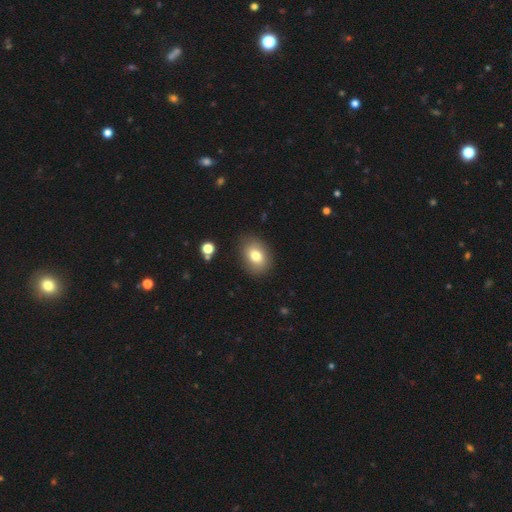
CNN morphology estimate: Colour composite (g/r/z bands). It shows a smooth galaxy with no disk features (78%) that is in between round and cigar-shaped (71%). Merging: none (83%).